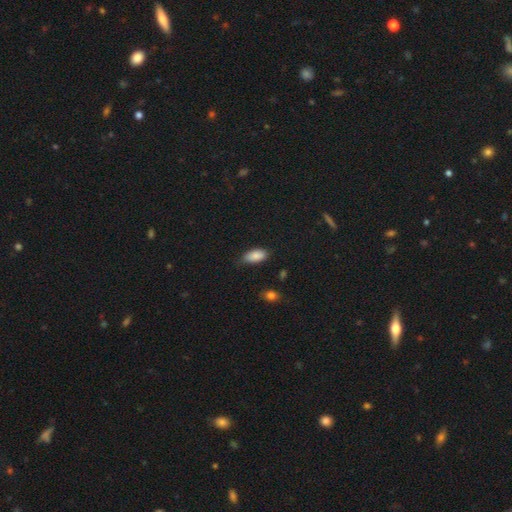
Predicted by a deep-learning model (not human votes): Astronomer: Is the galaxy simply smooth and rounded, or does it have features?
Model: smooth — 87%.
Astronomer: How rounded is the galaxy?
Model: in between — 91%.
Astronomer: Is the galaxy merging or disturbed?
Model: none — 70%.